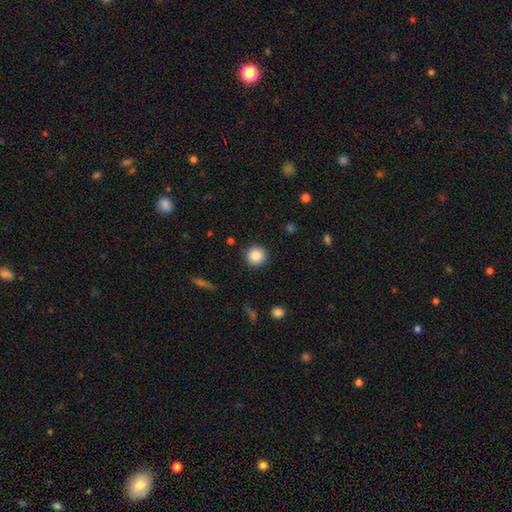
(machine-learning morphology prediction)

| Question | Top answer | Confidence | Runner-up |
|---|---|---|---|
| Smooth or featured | smooth | 87% | star or artifact (9%) |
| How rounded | round | 94% | in between (5%) |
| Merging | none | 90% | minor disturbance (7%) |